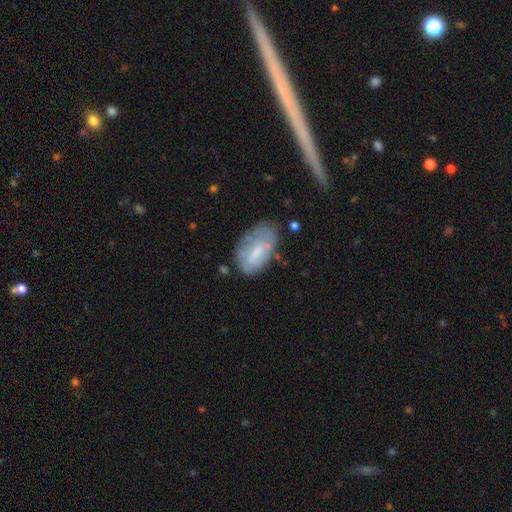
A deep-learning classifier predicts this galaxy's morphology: Smooth or featured?
  - smooth: 53% *
  - featured or disk: 38%
  - star or artifact: 9%
How rounded?
  - in between: 90% *
  - cigar-shaped: 5%
  - round: 5%
Merging?
  - none: 59% *
  - minor disturbance: 27%
  - major disturbance: 11%
  - merger: 3%